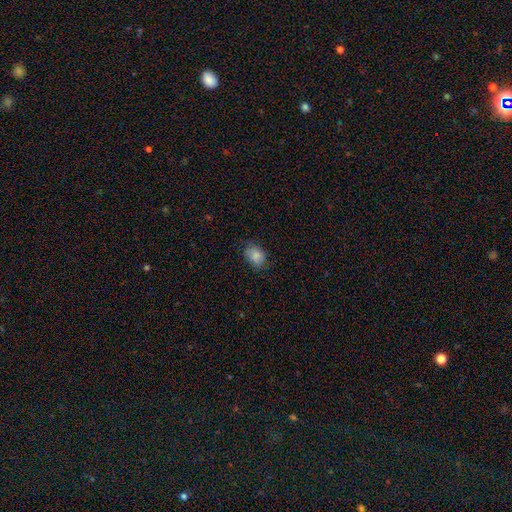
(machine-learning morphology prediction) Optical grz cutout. It shows a smooth galaxy with no disk features (85%) that is in between round and cigar-shaped (71%). Merging: none (77%).